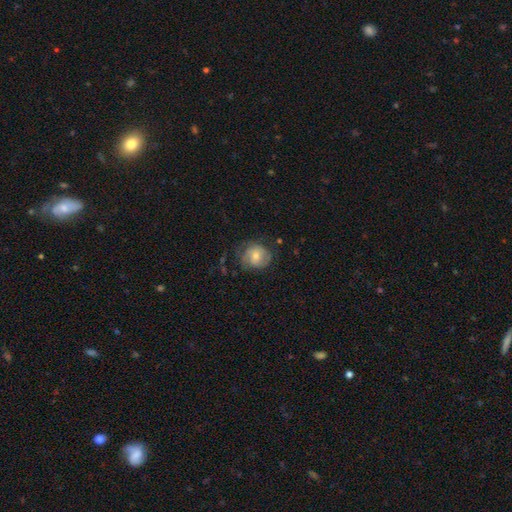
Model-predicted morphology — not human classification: Smooth or featured?
  - smooth: 59% *
  - featured or disk: 33%
  - star or artifact: 8%
How rounded?
  - round: 75% *
  - in between: 24%
  - cigar-shaped: 1%
Merging?
  - none: 57% *
  - minor disturbance: 26%
  - major disturbance: 15%
  - merger: 2%